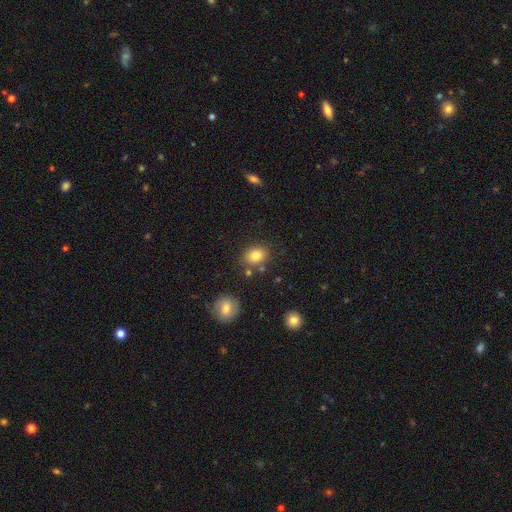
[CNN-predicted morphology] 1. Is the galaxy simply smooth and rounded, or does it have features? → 81% smooth, 11% star or artifact, 9% featured or disk.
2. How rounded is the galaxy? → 52% round, 47% in between, 1% cigar-shaped.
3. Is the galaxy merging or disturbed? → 78% none, 12% minor disturbance, 7% merger, 3% major disturbance.